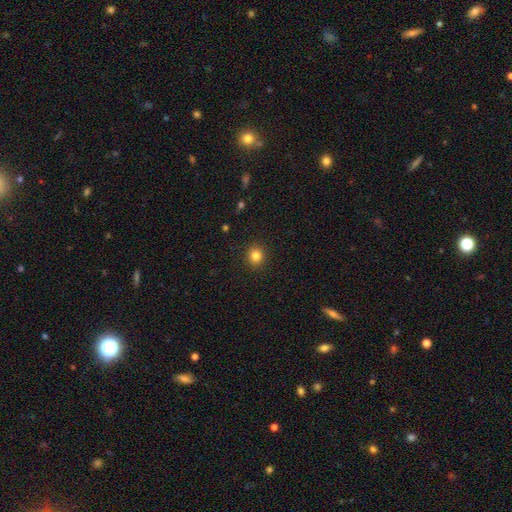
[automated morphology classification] smooth_or_featured: smooth (p=0.83) [alt: star or artifact p=0.12]
how_rounded: round (p=0.89) [alt: in between p=0.10]
merging: none (p=0.91) [alt: minor disturbance p=0.06]